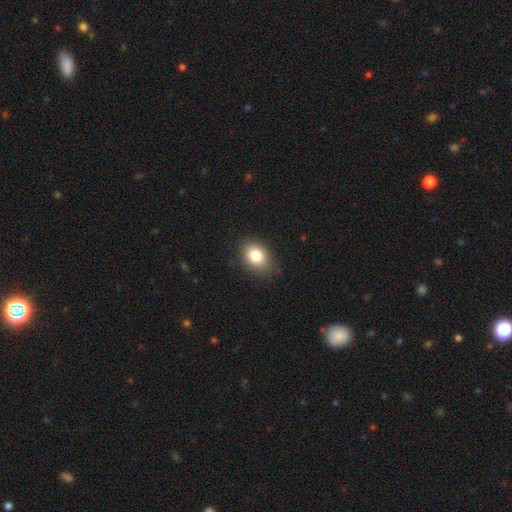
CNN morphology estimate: smooth-or-featured: smooth: 82% | star or artifact: 10% | featured or disk: 8%
  how-rounded: in between: 68% | round: 31% | cigar-shaped: 1%
  merging: none: 82% | minor disturbance: 14% | major disturbance: 3% | merger: 1%